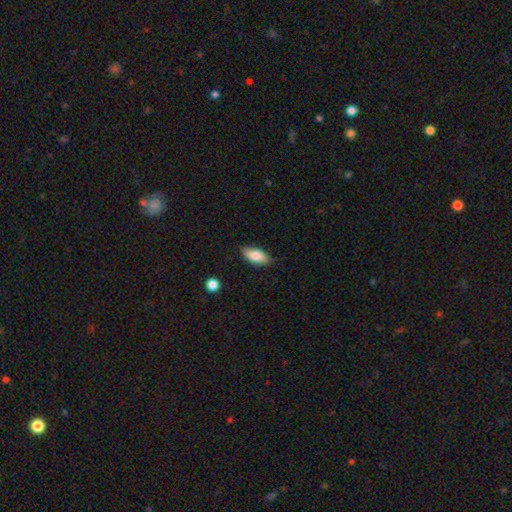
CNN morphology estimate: smooth-or-featured: smooth: 82% | featured or disk: 12% | star or artifact: 7%
  how-rounded: in between: 84% | cigar-shaped: 14% | round: 2%
  merging: none: 83% | minor disturbance: 13% | major disturbance: 2% | merger: 1%